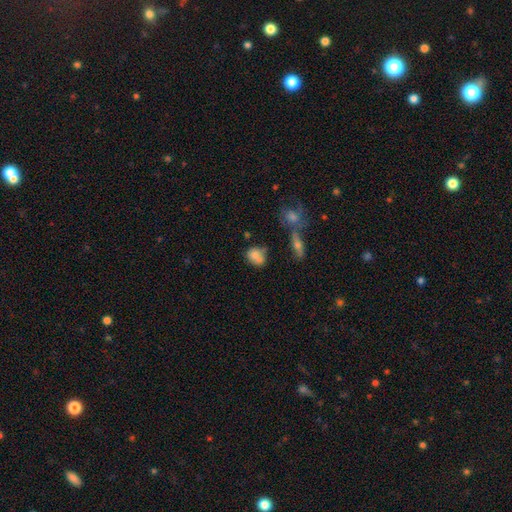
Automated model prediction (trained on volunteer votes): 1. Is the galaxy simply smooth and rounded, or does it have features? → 76% smooth, 13% featured or disk, 11% star or artifact.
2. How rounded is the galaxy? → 51% round, 47% in between, 2% cigar-shaped.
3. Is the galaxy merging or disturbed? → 47% none, 25% merger, 21% minor disturbance, 7% major disturbance.